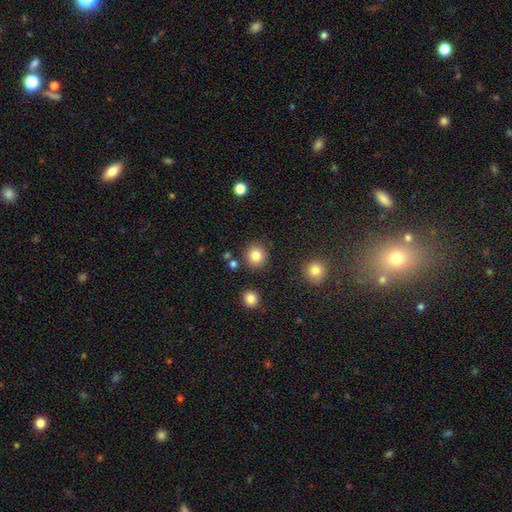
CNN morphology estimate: This is clearly a smooth galaxy (84%). How rounded: clearly round (92%). Merging: clearly none (88%).